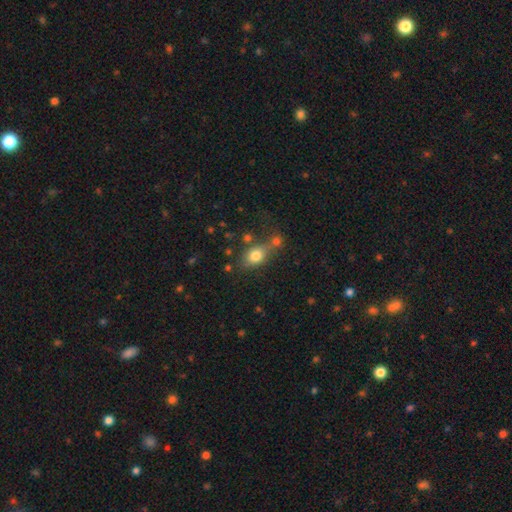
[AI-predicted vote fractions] smooth-or-featured: smooth: 77% | featured or disk: 12% | star or artifact: 11%
  how-rounded: in between: 60% | round: 36% | cigar-shaped: 3%
  merging: none: 51% | merger: 24% | minor disturbance: 16% | major disturbance: 9%